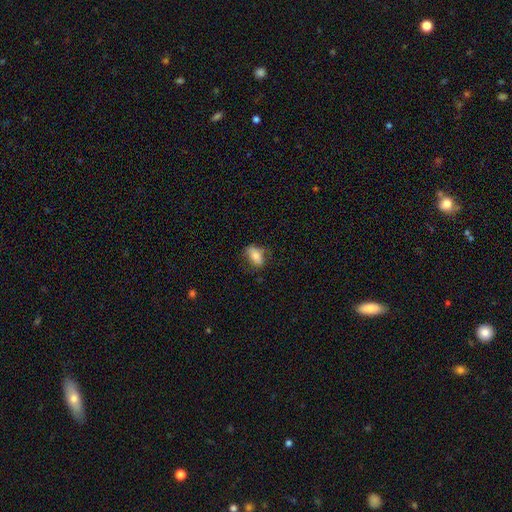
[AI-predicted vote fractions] smooth 80%, featured or disk 13%, star or artifact 8%. Down the decision tree: how rounded — in between (89%); merging — none (69%).